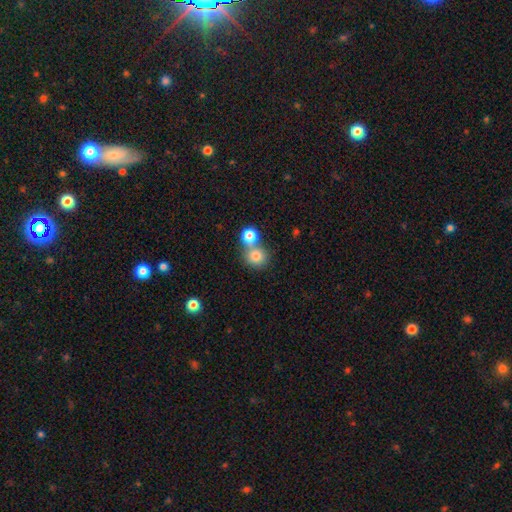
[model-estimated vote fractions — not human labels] This is likely a smooth galaxy (79%). How rounded: clearly round (84%). Merging: possibly merger (50%).